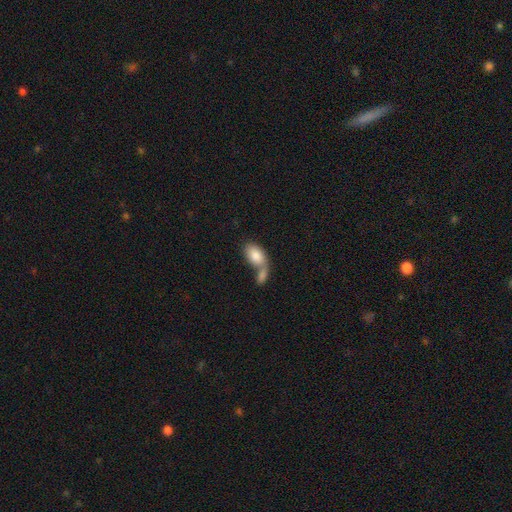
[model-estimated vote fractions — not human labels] Smooth or featured? smooth (83%)
How rounded? in between (91%)
Merging? merger (61%)